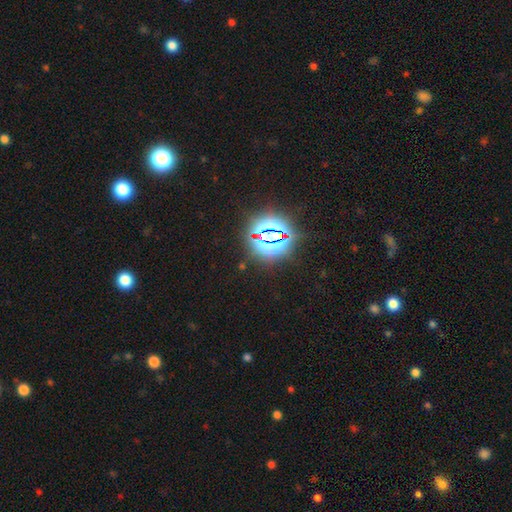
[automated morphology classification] A star or artifact, not a galaxy (83%).

Vote fractions:
- Smooth or featured? star or artifact: 83% / smooth: 11% / featured or disk: 6%